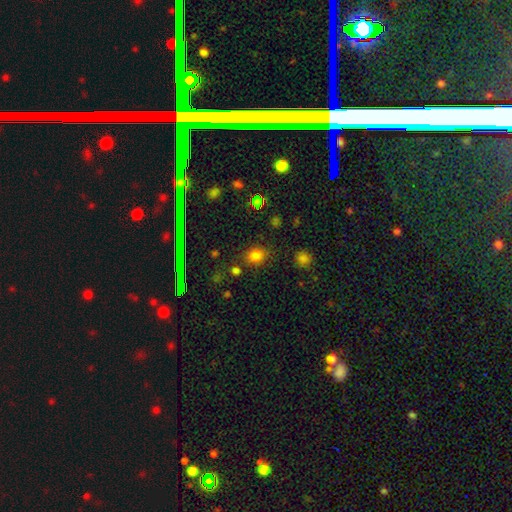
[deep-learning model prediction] Q: Smooth or featured?
A: smooth (75%); runner-up: star or artifact (19%)
Q: How rounded?
A: round (52%); runner-up: in between (46%)
Q: Merging?
A: none (79%); runner-up: minor disturbance (12%)